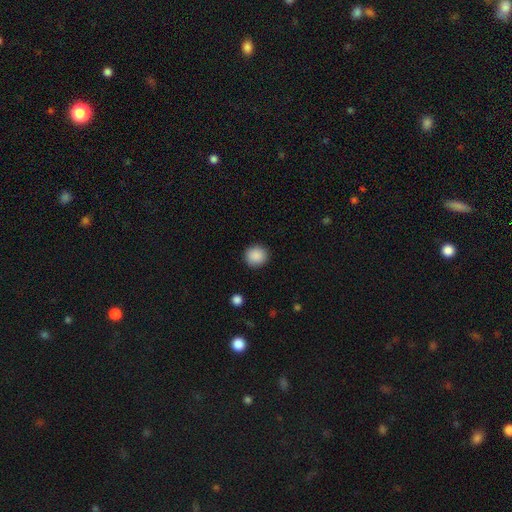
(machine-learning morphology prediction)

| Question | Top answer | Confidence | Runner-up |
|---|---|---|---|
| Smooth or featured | smooth | 89% | star or artifact (8%) |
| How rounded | round | 91% | in between (8%) |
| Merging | none | 91% | minor disturbance (6%) |